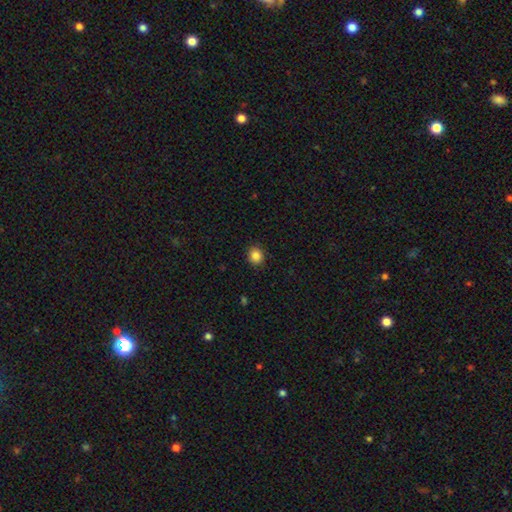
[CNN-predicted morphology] This is clearly a smooth galaxy (86%). How rounded: clearly round (80%). Merging: clearly none (90%).